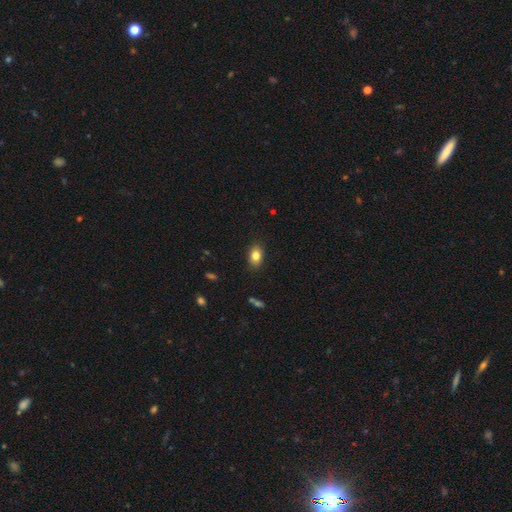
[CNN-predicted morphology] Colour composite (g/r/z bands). It shows a smooth galaxy with no disk features (82%) that is in between round and cigar-shaped (81%). Merging: none (87%).